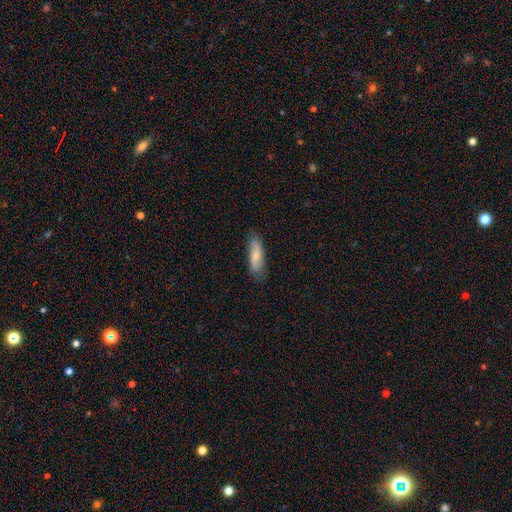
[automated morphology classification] A smooth galaxy with no disk features (75%) that is in between round and cigar-shaped (50%). Merging: none (75%).